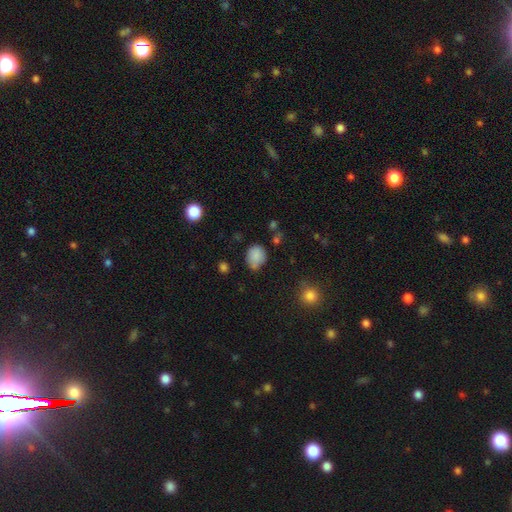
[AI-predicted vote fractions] This appears to be a smooth galaxy with no disk features (84%) that is in between round and cigar-shaped (56%). Merging: none (60%).